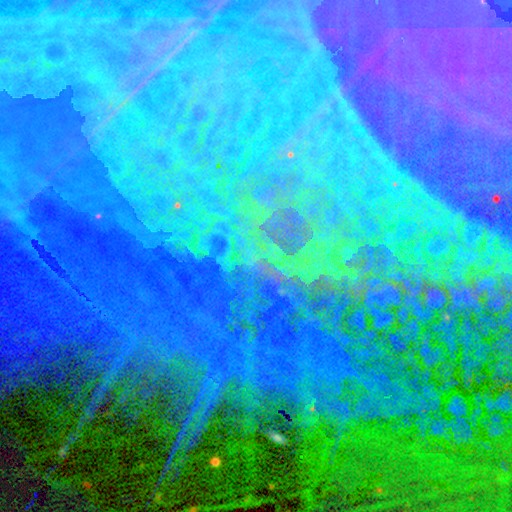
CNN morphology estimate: Smooth or featured?
  - star or artifact: 82% *
  - featured or disk: 11%
  - smooth: 7%